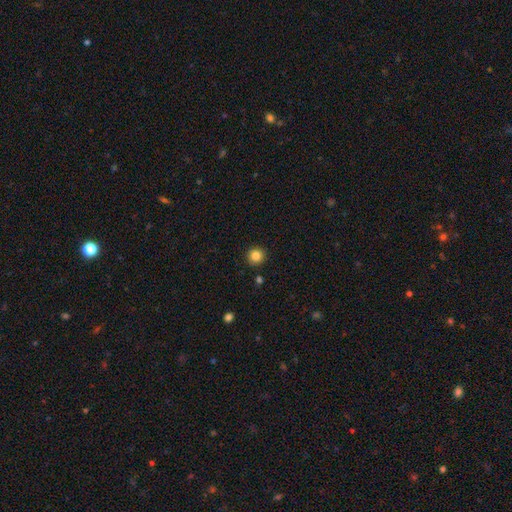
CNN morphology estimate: Q: Smooth or featured?
A: smooth (84%); runner-up: star or artifact (11%)
Q: How rounded?
A: round (95%); runner-up: in between (4%)
Q: Merging?
A: none (92%); runner-up: minor disturbance (5%)